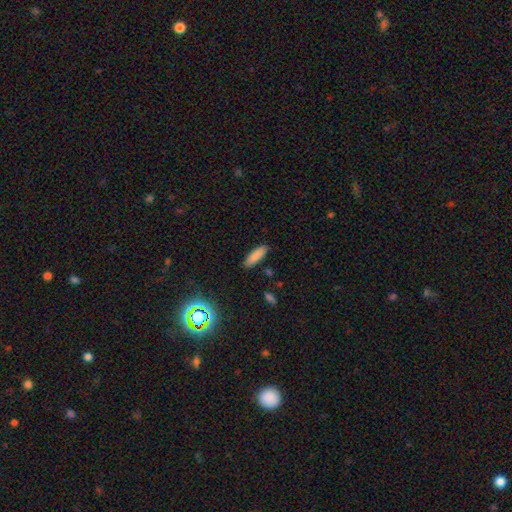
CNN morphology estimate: A smooth galaxy with no disk features (84%) that is cigar-shaped (53%). Merging: none (88%).